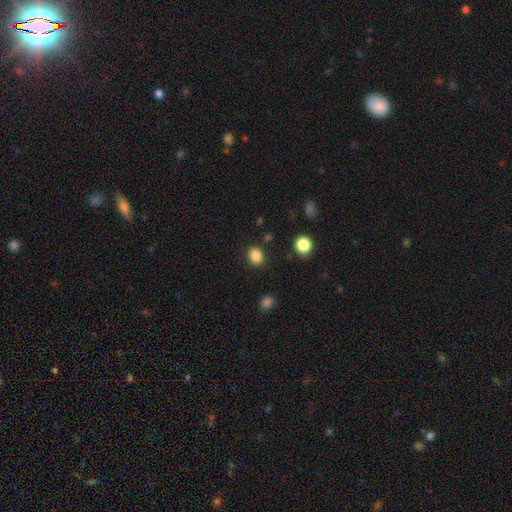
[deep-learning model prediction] This appears to be a smooth galaxy with no disk features (86%) that is round (54%). Merging: none (86%).